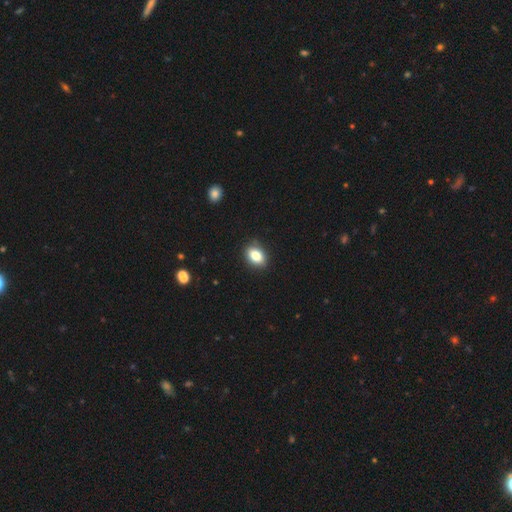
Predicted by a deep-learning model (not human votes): The model was most divided on "how rounded": in between: 77%, round: 21%, cigar-shaped: 2%. More confident: merging — none (87%); smooth or featured — smooth (83%).